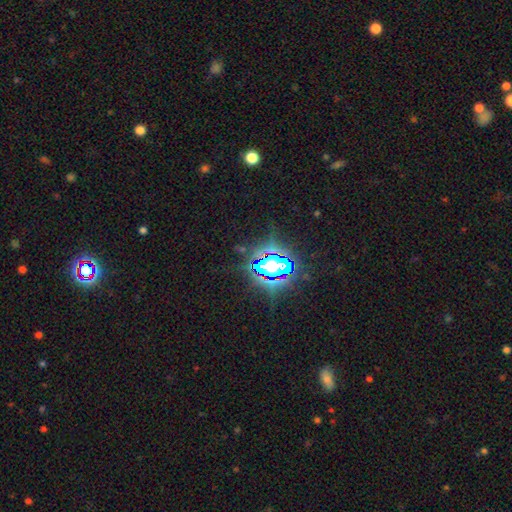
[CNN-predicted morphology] type=star or artifact (82%).